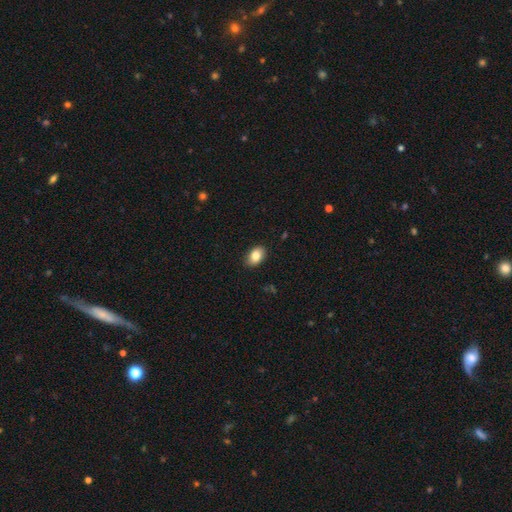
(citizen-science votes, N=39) Smooth or featured: smooth — 79% (featured or disk — 13%)
How rounded: in between — 81% (round — 19%)
Merging: none — 89% (minor disturbance — 11%)